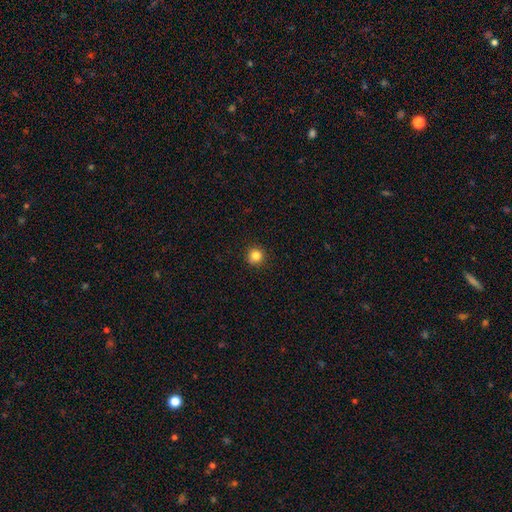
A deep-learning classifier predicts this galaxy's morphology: This is clearly a smooth galaxy (84%). How rounded: clearly round (95%). Merging: clearly none (92%).